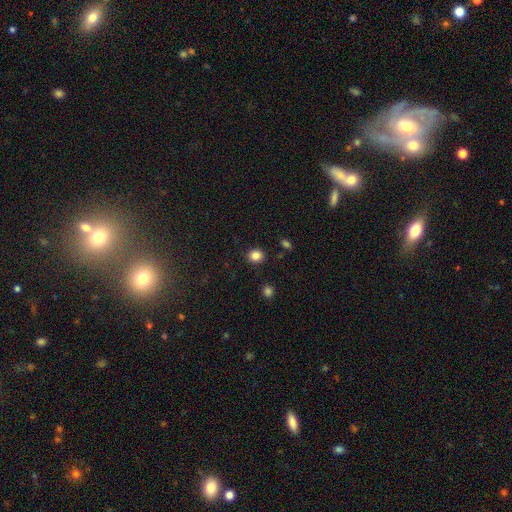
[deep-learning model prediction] Smooth or featured: smooth — 85% (star or artifact — 11%)
How rounded: round — 81% (in between — 18%)
Merging: none — 89% (minor disturbance — 7%)